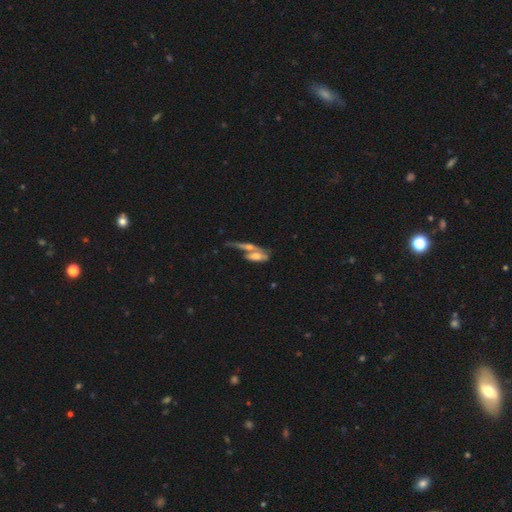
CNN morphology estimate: Smooth or featured: smooth — 48% (featured or disk — 43%)
Merging: merger — 55% (none — 23%)